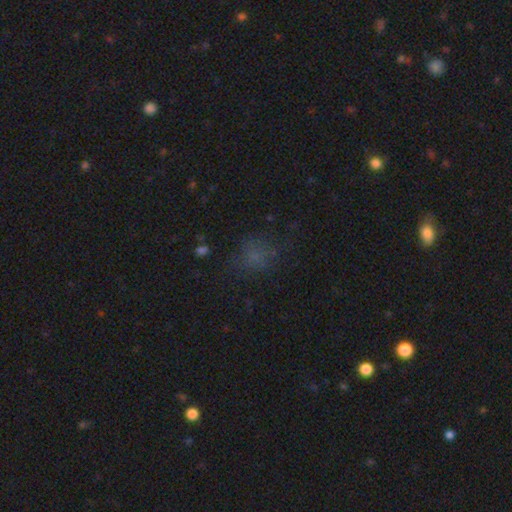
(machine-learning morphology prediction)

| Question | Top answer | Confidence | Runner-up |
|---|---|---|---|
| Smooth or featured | smooth | 60% | star or artifact (28%) |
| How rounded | round | 69% | in between (29%) |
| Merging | none | 66% | minor disturbance (19%) |